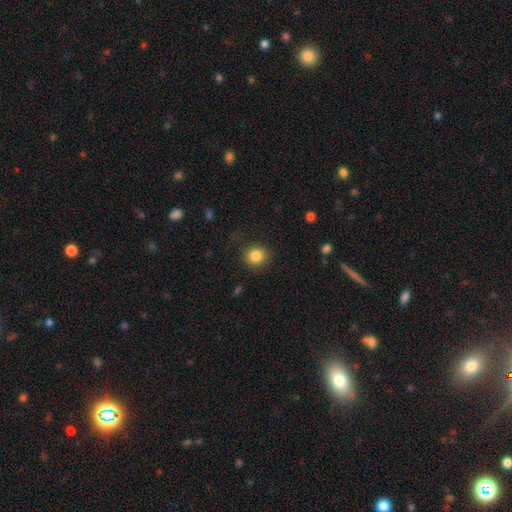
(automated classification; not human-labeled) The model was most divided on "merging": none: 84%, minor disturbance: 11%, major disturbance: 4%, merger: 1%. More confident: how rounded — round (89%); smooth or featured — smooth (86%).